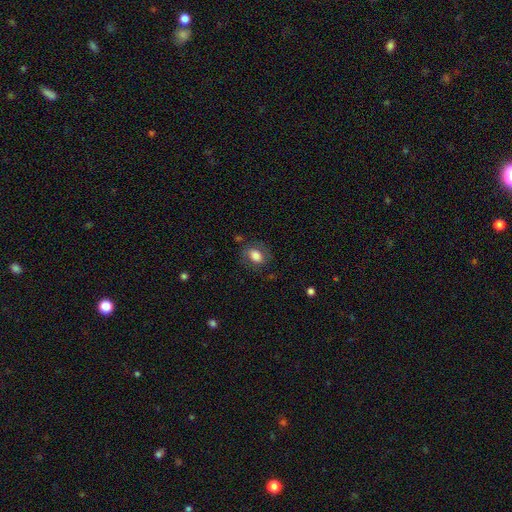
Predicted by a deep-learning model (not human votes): Q: Smooth or featured?
A: smooth (76%); runner-up: featured or disk (15%)
Q: How rounded?
A: in between (70%); runner-up: round (29%)
Q: Merging?
A: none (74%); runner-up: minor disturbance (17%)